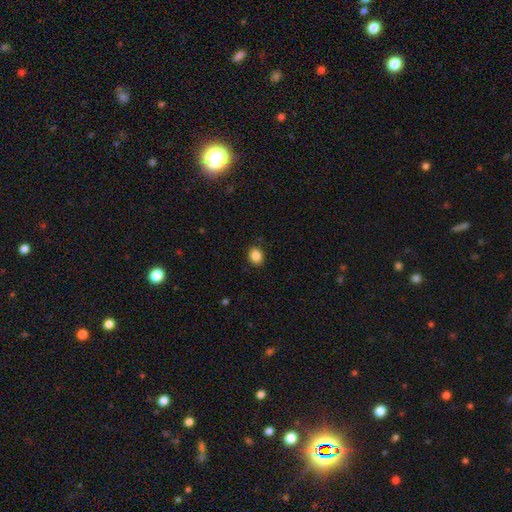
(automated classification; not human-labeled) Morphology: type=smooth (87%); roundness=round (55%); merging=none (88%).